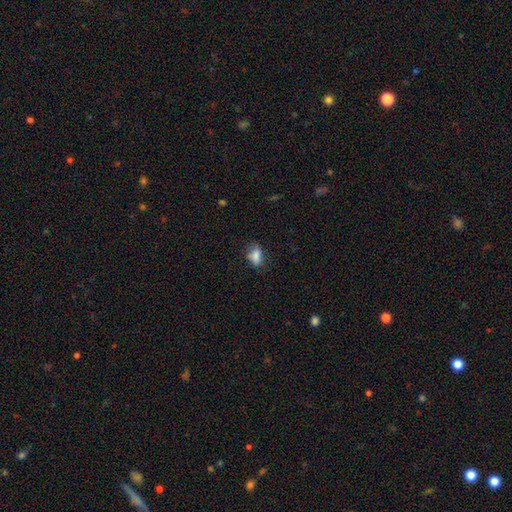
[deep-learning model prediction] Morphology: type=smooth (78%); roundness=in between (84%); merging=none (60%).